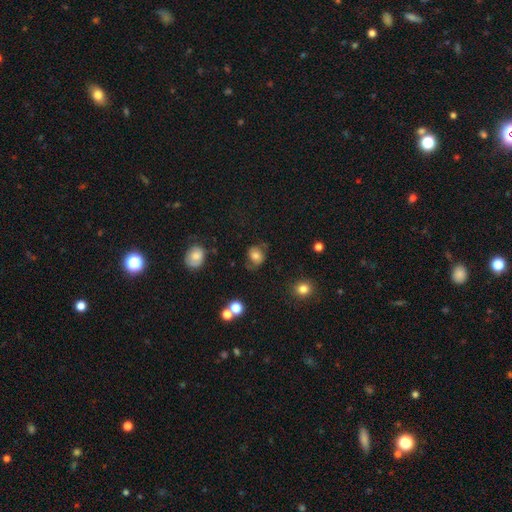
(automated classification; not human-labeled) Morphology: type=smooth (69%); roundness=round (64%); merging=none (62%).